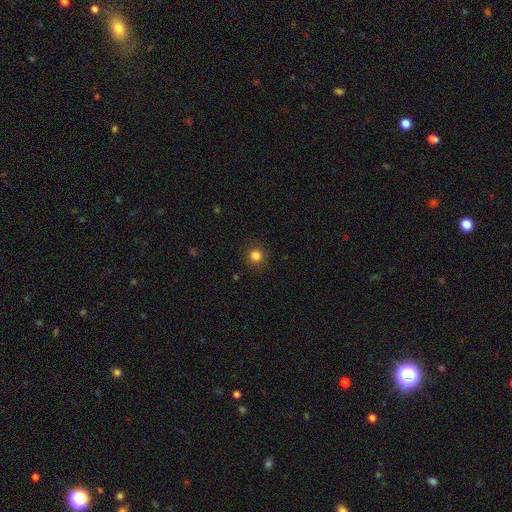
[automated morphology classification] This appears to be a smooth galaxy with no disk features (83%) that is round (93%). Merging: none (90%).